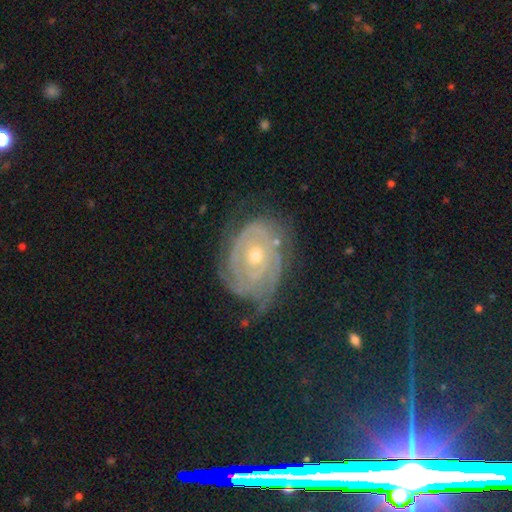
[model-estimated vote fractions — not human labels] The model was most divided on "bulge size": small: 51%, moderate: 46%, large: 1%, none: 1%, dominant: 1%. Remaining: edge-on disk — no (96%); spiral arms — yes (92%); smooth or featured — featured or disk (86%); bar — no (79%); spiral winding — tight (78%); merging — none (58%); spiral arm count — can't tell (37%).